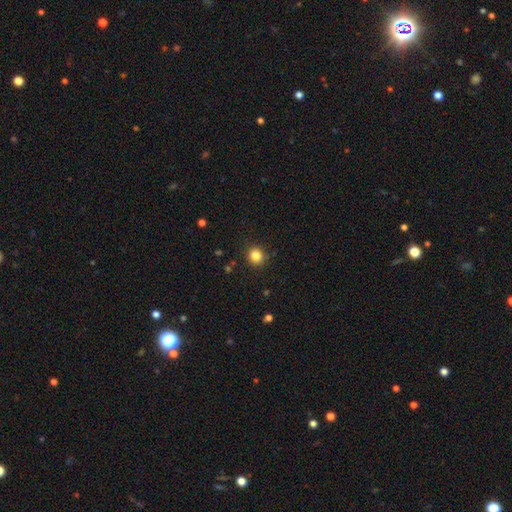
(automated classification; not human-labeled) smooth 84%, star or artifact 11%, featured or disk 5%. Down the decision tree: how rounded — round (87%); merging — none (90%).